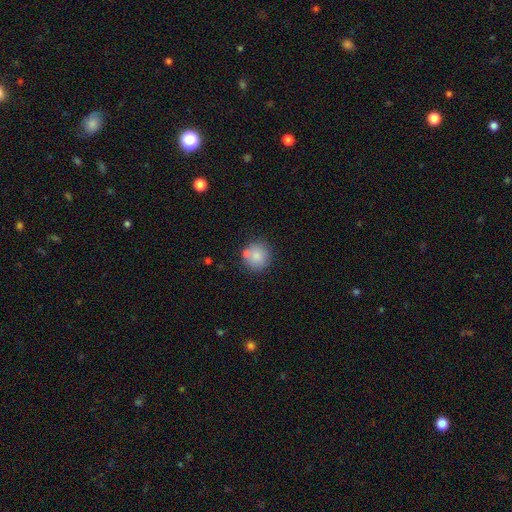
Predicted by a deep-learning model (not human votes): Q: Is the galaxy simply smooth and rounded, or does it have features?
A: smooth — 81%.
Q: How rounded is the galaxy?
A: round — 92%.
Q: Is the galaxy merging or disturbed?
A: none — 71%.